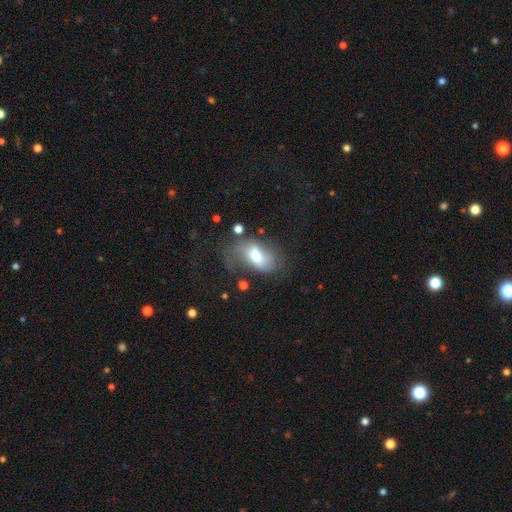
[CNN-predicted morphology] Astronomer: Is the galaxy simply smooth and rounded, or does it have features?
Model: smooth — 53% (runner-up: featured or disk, 38%).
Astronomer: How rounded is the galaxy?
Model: in between — 86%.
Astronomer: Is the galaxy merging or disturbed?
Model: none — 41% (runner-up: major disturbance, 28%).